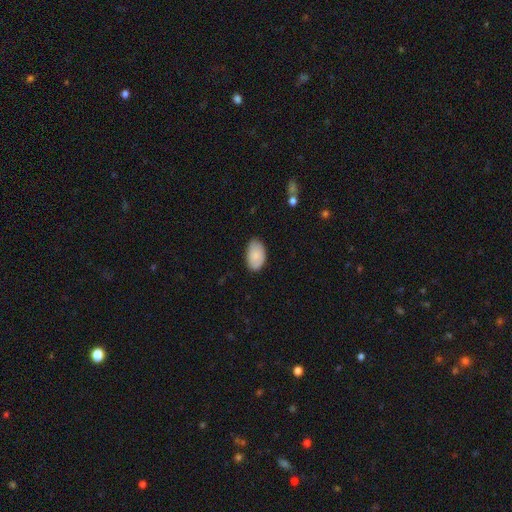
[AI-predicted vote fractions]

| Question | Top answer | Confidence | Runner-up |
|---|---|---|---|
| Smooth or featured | smooth | 81% | featured or disk (13%) |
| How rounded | in between | 93% | round (6%) |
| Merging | none | 78% | minor disturbance (18%) |